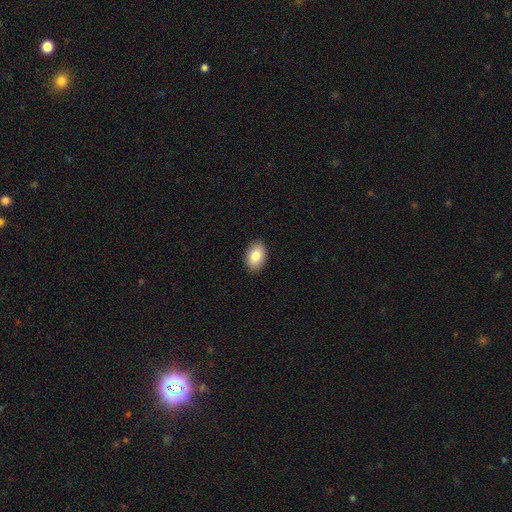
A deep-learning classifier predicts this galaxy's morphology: Q: Smooth or featured?
A: smooth (83%); runner-up: featured or disk (9%)
Q: How rounded?
A: in between (88%); runner-up: round (11%)
Q: Merging?
A: none (90%); runner-up: minor disturbance (7%)